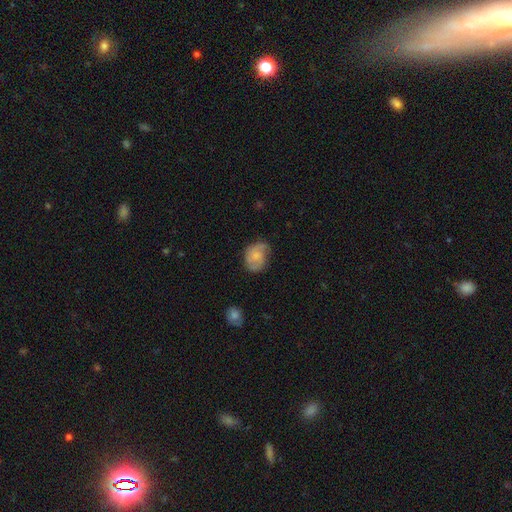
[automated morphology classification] Q: Smooth or featured?
A: smooth (56%); runner-up: featured or disk (36%)
Q: How rounded?
A: in between (56%); runner-up: round (43%)
Q: Merging?
A: none (54%); runner-up: minor disturbance (31%)